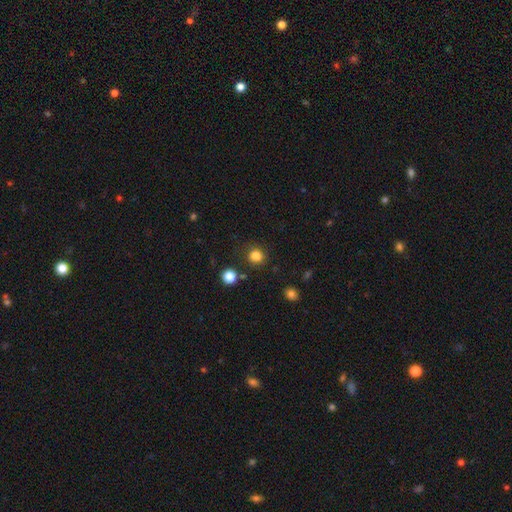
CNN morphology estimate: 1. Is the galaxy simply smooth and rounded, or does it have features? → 83% smooth, 13% star or artifact, 4% featured or disk.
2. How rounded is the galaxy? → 80% round, 19% in between, 1% cigar-shaped.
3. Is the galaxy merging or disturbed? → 80% none, 12% minor disturbance, 4% merger, 4% major disturbance.